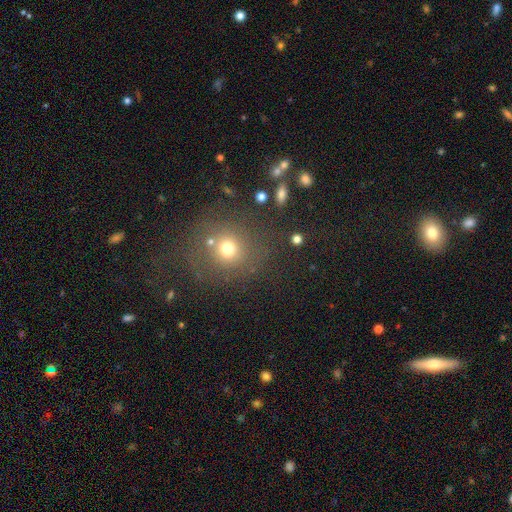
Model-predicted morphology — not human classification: smooth 56%, star or artifact 32%, featured or disk 12%. Down the decision tree: how rounded — round (82%); merging — none (76%).